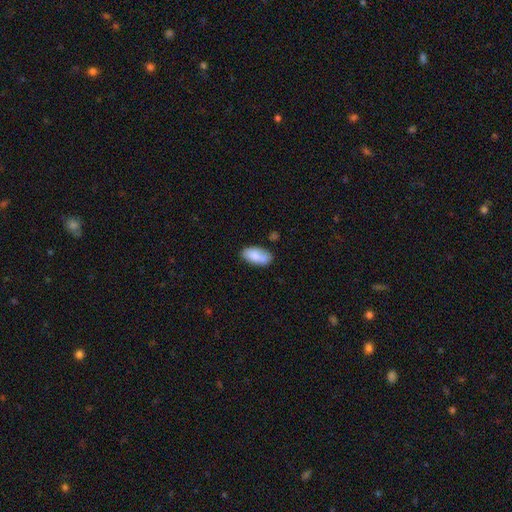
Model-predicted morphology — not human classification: type=smooth (81%); roundness=in between (92%); merging=none (67%).